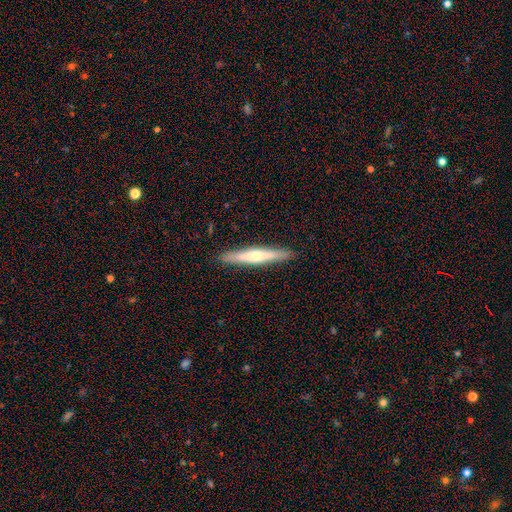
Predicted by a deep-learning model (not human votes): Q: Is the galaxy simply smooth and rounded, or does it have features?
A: featured or disk — 54%.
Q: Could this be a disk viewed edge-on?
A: yes — 95%.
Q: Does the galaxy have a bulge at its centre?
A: rounded — 79%.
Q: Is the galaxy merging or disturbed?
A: none — 91%.